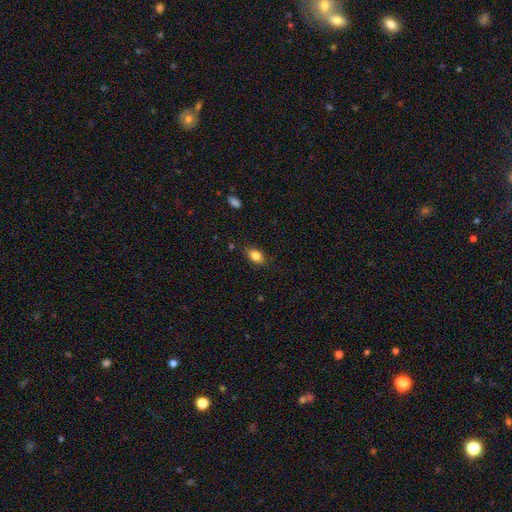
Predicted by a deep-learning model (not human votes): Smooth or featured? Predicted: smooth (p=0.82). How rounded? Predicted: in between (p=0.83). Merging? Predicted: none (p=0.79).